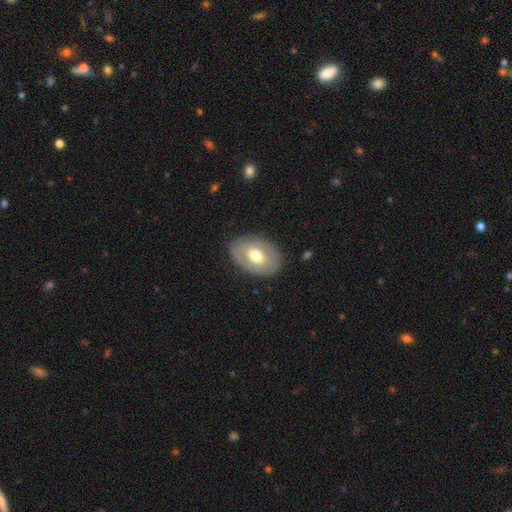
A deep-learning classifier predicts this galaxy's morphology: Overall: smooth (53%; featured or disk 41%). How rounded: in between (81%). Merging: none (83%).